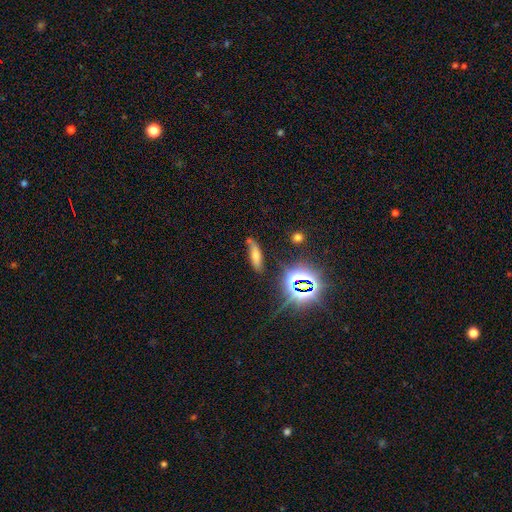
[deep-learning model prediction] Smooth or featured? Predicted: smooth (p=0.52). How rounded? Predicted: cigar-shaped (p=0.56). Merging? Predicted: none (p=0.67).